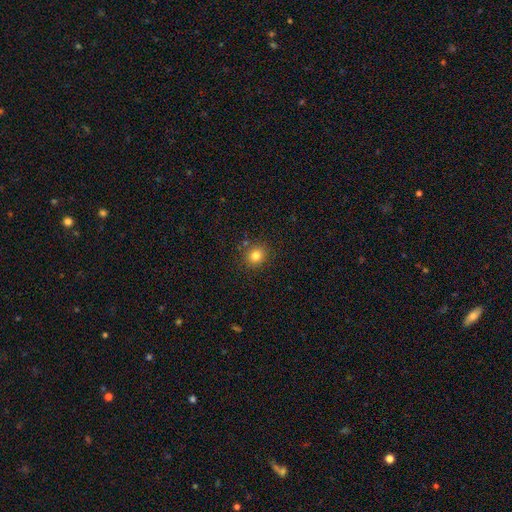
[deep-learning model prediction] smooth 82%, star or artifact 12%, featured or disk 6%. Down the decision tree: how rounded — round (78%); merging — none (84%).